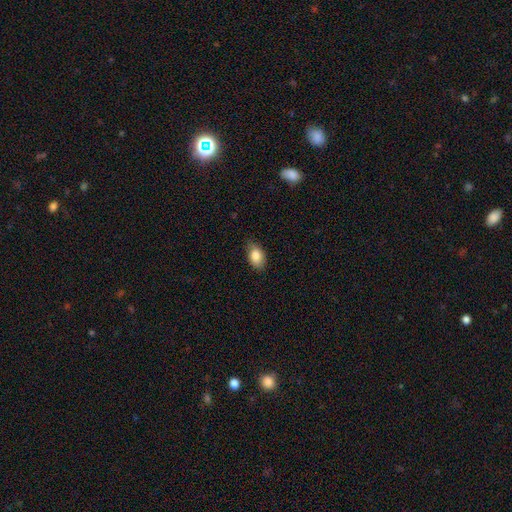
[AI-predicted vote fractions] Q: Smooth or featured?
A: smooth (84%); runner-up: featured or disk (9%)
Q: How rounded?
A: in between (88%); runner-up: round (10%)
Q: Merging?
A: none (77%); runner-up: minor disturbance (19%)